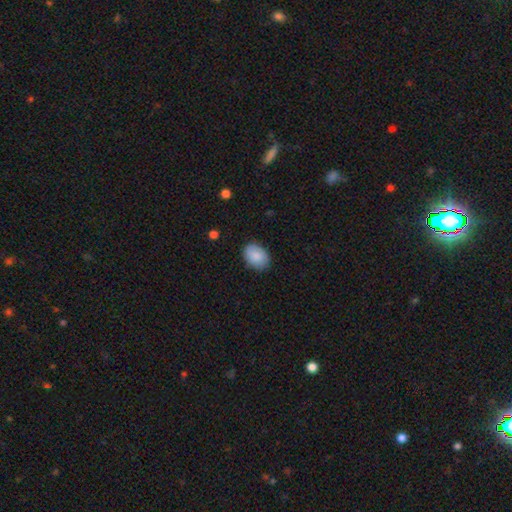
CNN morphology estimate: type=smooth (87%); roundness=in between (79%); merging=none (83%).